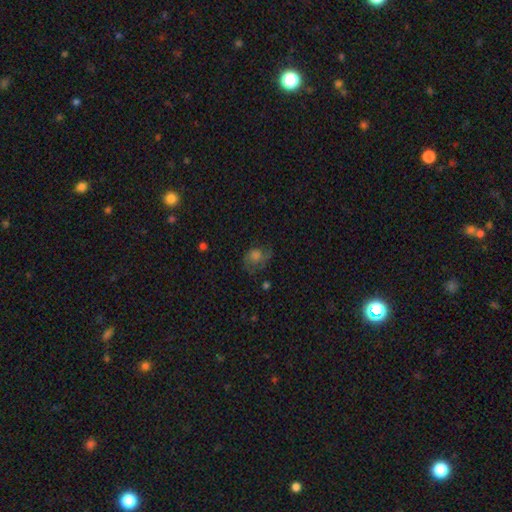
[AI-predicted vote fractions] smooth-or-featured: smooth: 43% | featured or disk: 42% | star or artifact: 15%
  merging: none: 51% | minor disturbance: 24% | major disturbance: 23% | merger: 2%